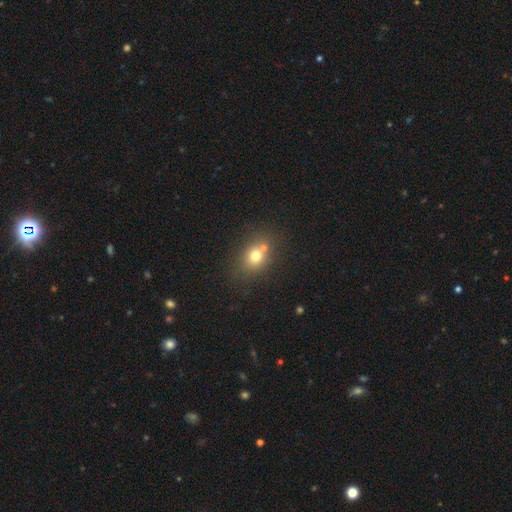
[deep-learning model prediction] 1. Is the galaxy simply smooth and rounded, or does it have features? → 71% smooth, 15% featured or disk, 14% star or artifact.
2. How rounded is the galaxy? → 55% round, 44% in between, 1% cigar-shaped.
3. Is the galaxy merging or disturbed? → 59% none, 25% merger, 11% minor disturbance, 4% major disturbance.